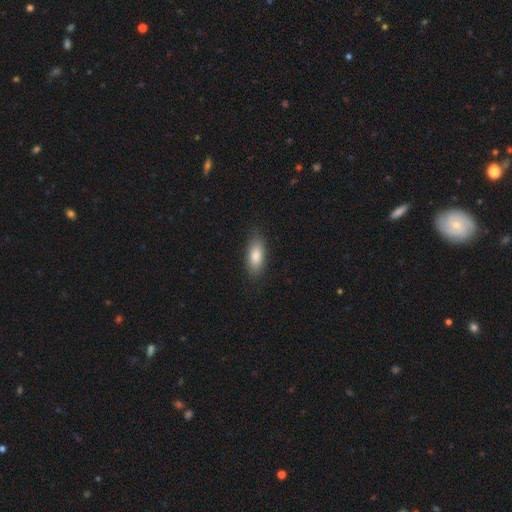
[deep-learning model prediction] smooth 82%, featured or disk 11%, star or artifact 7%. Down the decision tree: how rounded — in between (75%); merging — none (85%).